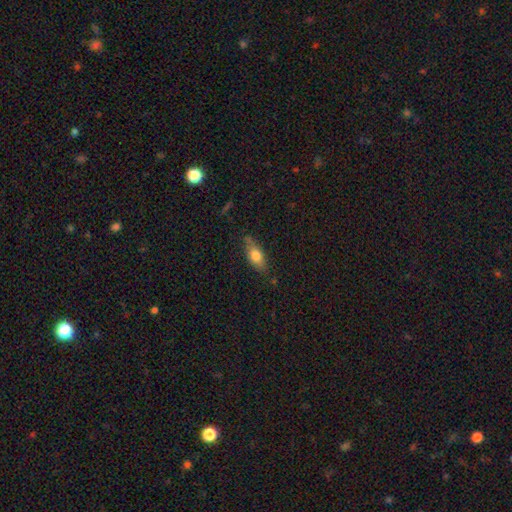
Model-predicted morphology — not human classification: smooth-or-featured: smooth: 69% | featured or disk: 23% | star or artifact: 8%
  how-rounded: in between: 74% | cigar-shaped: 21% | round: 5%
  merging: none: 71% | minor disturbance: 21% | major disturbance: 5% | merger: 3%